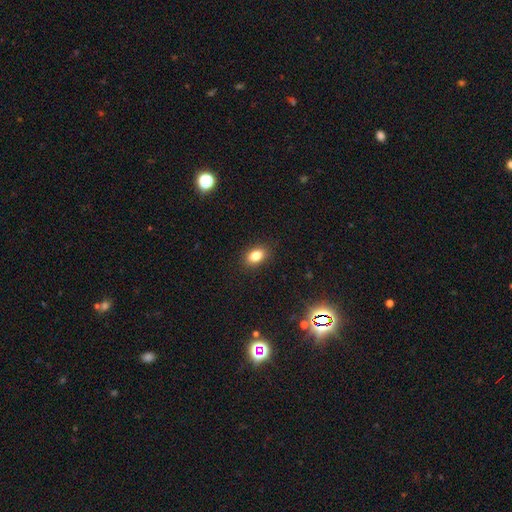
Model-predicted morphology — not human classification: A smooth galaxy with no disk features (83%) that is in between round and cigar-shaped (80%).

Vote fractions:
- Smooth or featured? smooth: 83% / star or artifact: 10% / featured or disk: 7%
- How rounded? in between: 80% / round: 18% / cigar-shaped: 1%
- Merging? none: 89% / minor disturbance: 8% / major disturbance: 2% / merger: 1%